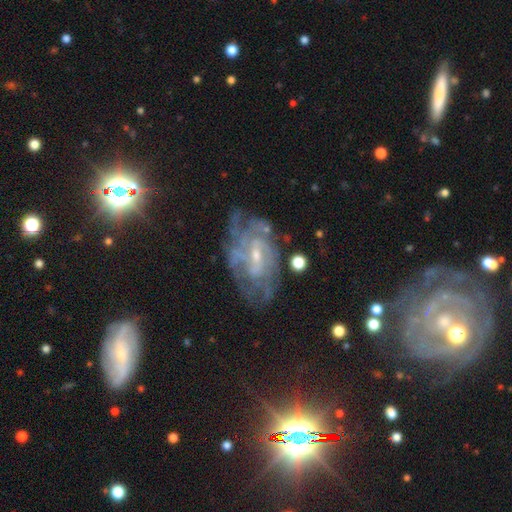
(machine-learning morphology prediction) This appears to be a featured or disk galaxy (82%) with a weak bar (51%), tight (53%) spiral arms (84%) and a small central bulge (68%). Merging: none (58%).